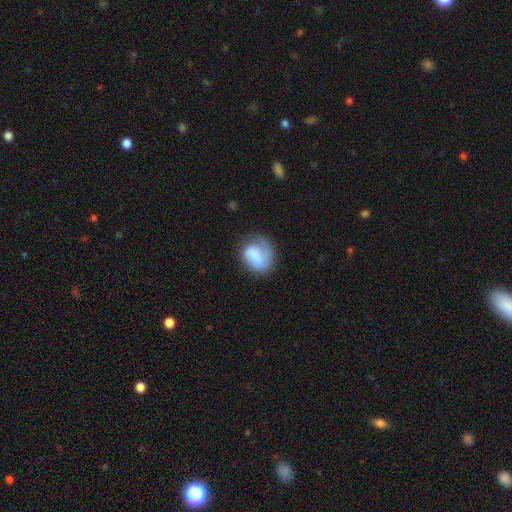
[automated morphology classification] Smooth or featured? Predicted: smooth (p=0.56). How rounded? Predicted: round (p=0.58). Merging? Predicted: none (p=0.51).